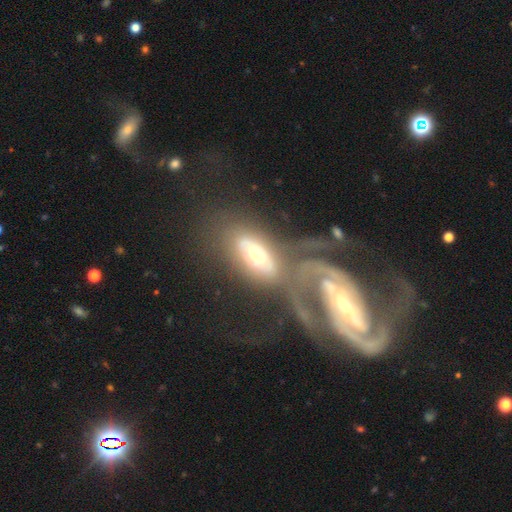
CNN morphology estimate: smooth-or-featured: featured or disk: 57% | smooth: 35% | star or artifact: 8%
  disk-edge-on: no: 86% | yes: 14%
  merging: merger: 43% | none: 27% | major disturbance: 18% | minor disturbance: 12%